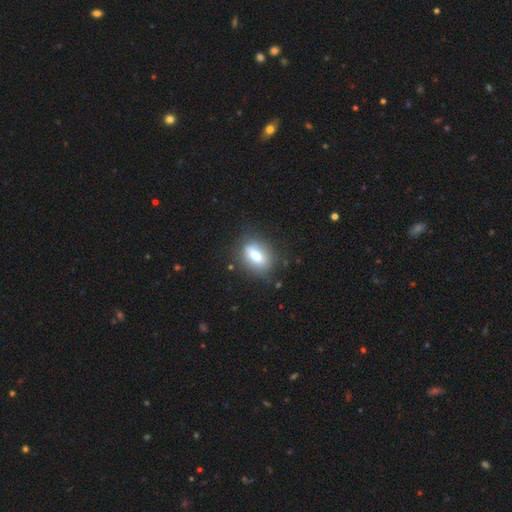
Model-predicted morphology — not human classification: This appears to be a smooth galaxy with no disk features (66%) that is in between round and cigar-shaped (73%). Merging: none (74%).